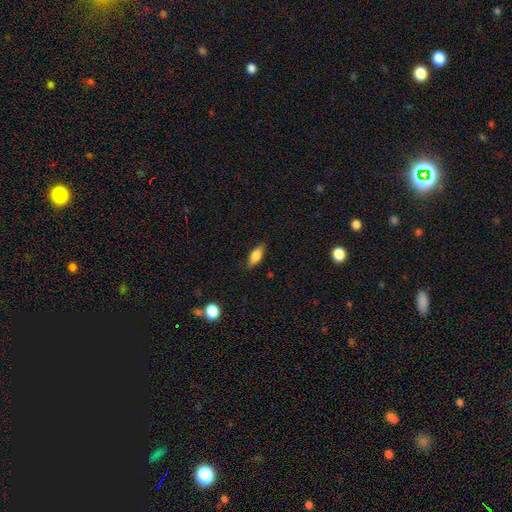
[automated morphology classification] smooth_or_featured: smooth (p=0.78) [alt: featured or disk p=0.15]
how_rounded: in between (p=0.78) [alt: cigar-shaped p=0.19]
merging: none (p=0.80) [alt: minor disturbance p=0.15]